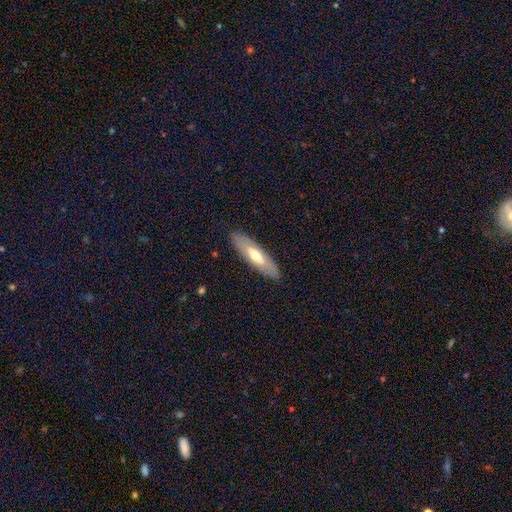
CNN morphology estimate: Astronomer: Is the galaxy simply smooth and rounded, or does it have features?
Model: featured or disk — 49% (runner-up: smooth, 45%).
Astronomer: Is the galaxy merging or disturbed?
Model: none — 87%.